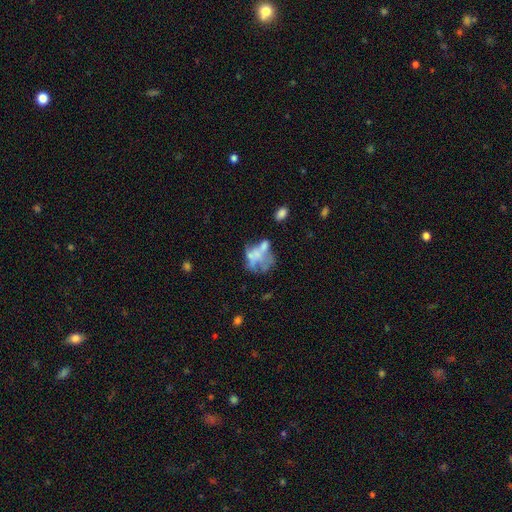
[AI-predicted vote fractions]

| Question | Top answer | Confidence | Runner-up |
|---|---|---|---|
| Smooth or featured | featured or disk | 52% | smooth (35%) |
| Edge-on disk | no | 98% | yes (2%) |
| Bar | no | 93% | weak (5%) |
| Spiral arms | no | 95% | yes (5%) |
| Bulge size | none | 72% | small (12%) |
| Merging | none | 29% | tied: major disturbance (29%) |